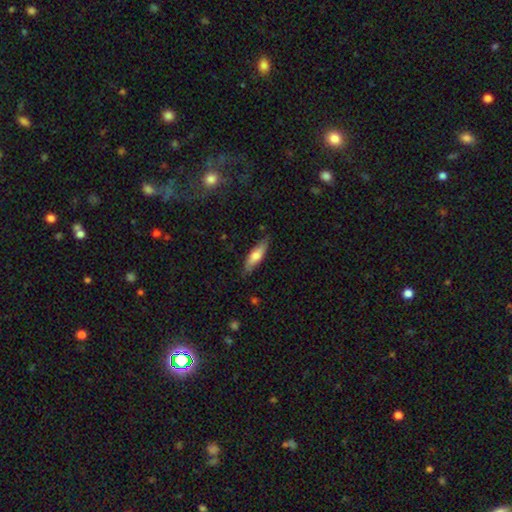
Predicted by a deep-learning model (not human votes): Smooth or featured: smooth — 69% (featured or disk — 26%)
How rounded: cigar-shaped — 56% (in between — 42%)
Merging: none — 82% (minor disturbance — 14%)